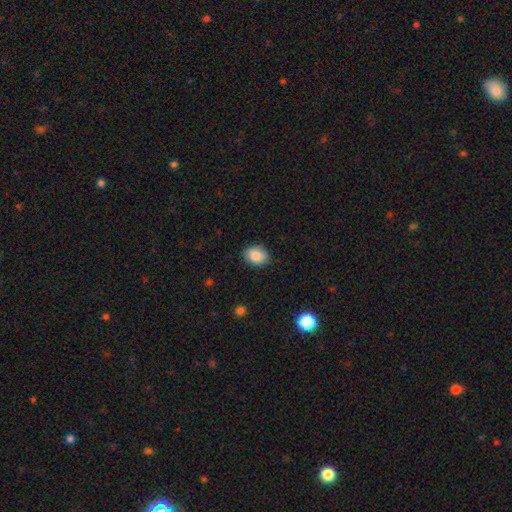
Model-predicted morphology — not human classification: Overall: smooth (87%). How rounded: in between (62%; round 37%). Merging: none (84%).